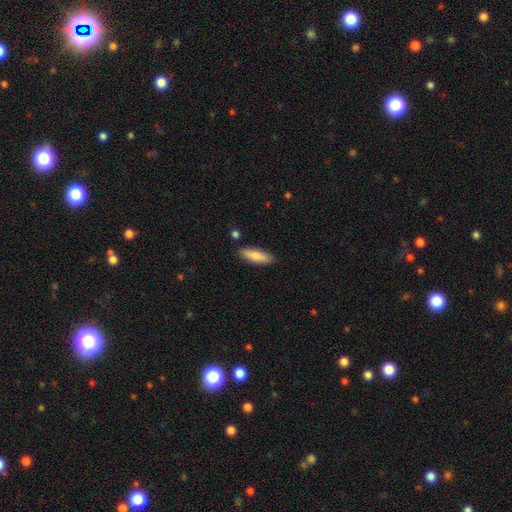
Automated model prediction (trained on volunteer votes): smooth 82%, featured or disk 13%, star or artifact 6%. Down the decision tree: how rounded — in between (52%); merging — none (86%).